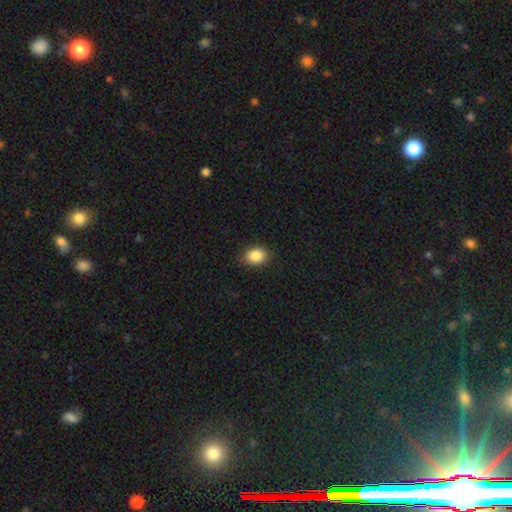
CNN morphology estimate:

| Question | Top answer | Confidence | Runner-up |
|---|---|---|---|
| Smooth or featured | smooth | 87% | star or artifact (8%) |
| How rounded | in between | 72% | round (27%) |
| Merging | none | 87% | minor disturbance (10%) |